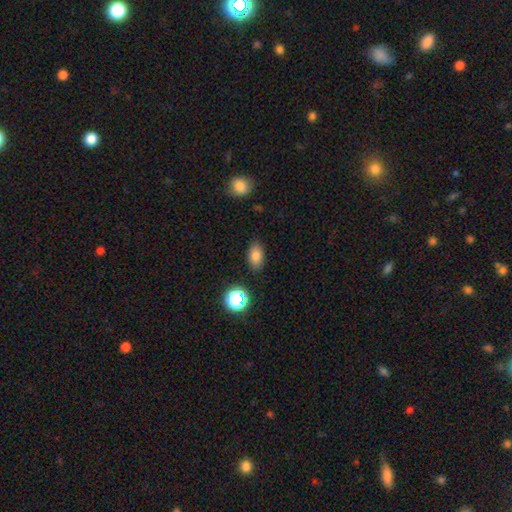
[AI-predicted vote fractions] A smooth galaxy with no disk features (80%) that is in between round and cigar-shaped (86%). Merging: none (85%).